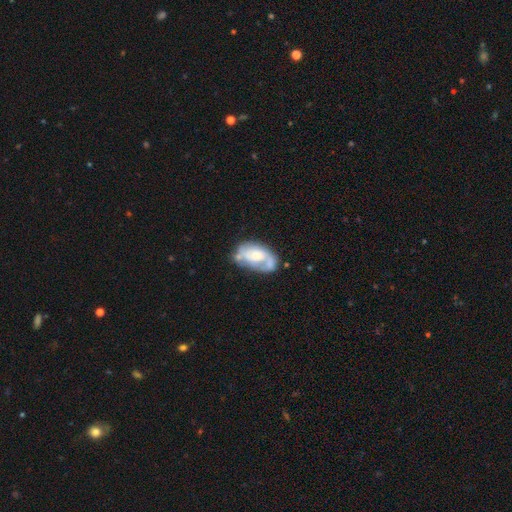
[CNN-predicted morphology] Q: Smooth or featured?
A: featured or disk (61%); runner-up: smooth (32%)
Q: Edge-on disk?
A: no (95%); runner-up: yes (5%)
Q: Bar?
A: no (68%); runner-up: weak (26%)
Q: Spiral arms?
A: yes (66%); runner-up: no (34%)
Q: Bulge size?
A: moderate (40%); runner-up: small (24%)
Q: Merging?
A: none (47%); runner-up: minor disturbance (27%)